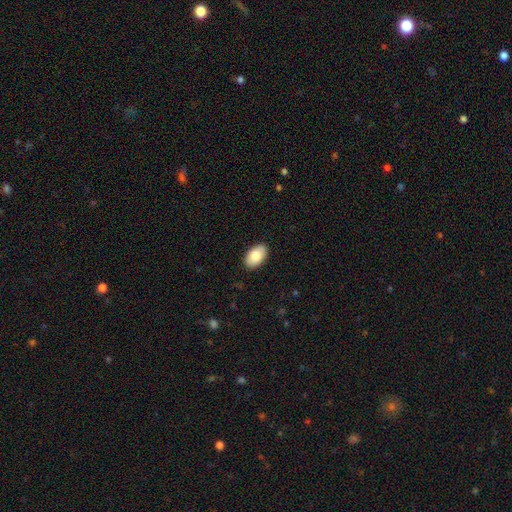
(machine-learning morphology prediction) The model was most divided on "smooth or featured": smooth: 82%, featured or disk: 12%, star or artifact: 6%. More confident: how rounded — in between (93%); merging — none (89%).